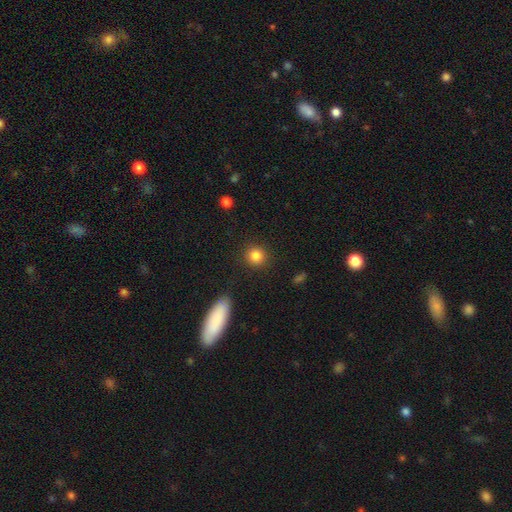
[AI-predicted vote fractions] This is clearly a smooth galaxy (85%). How rounded: clearly round (90%). Merging: clearly none (89%).